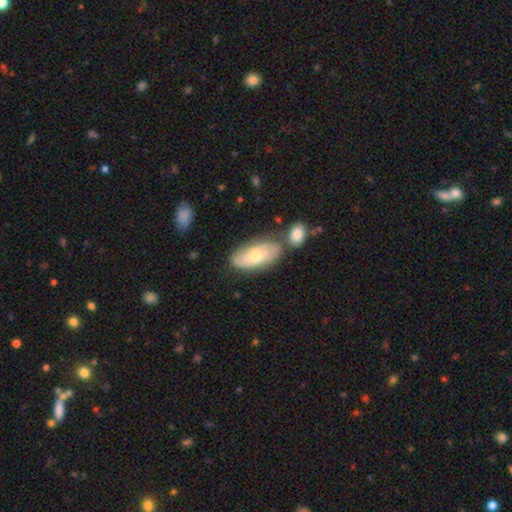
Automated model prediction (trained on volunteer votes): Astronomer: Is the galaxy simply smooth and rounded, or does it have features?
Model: smooth — 51% (runner-up: featured or disk, 43%).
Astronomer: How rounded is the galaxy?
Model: in between — 89%.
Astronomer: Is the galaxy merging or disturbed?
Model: none — 58%.